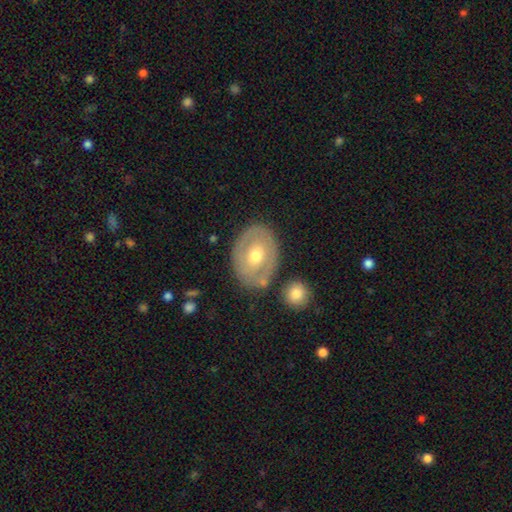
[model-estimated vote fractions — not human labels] This is possibly a featured or disk galaxy (50%). Merging: likely none (74%).